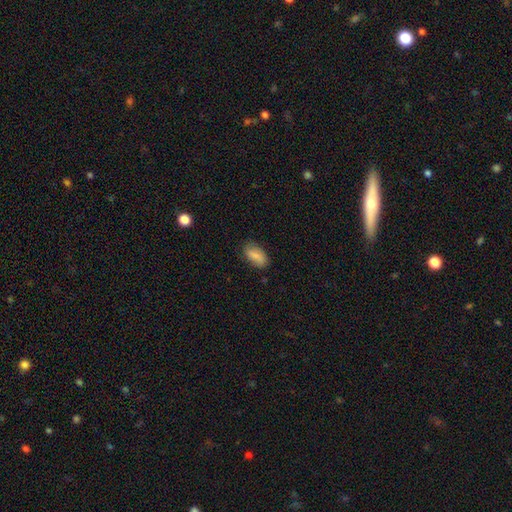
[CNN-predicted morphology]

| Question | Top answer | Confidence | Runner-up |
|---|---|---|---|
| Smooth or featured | smooth | 80% | featured or disk (13%) |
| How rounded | in between | 91% | cigar-shaped (5%) |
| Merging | none | 79% | minor disturbance (16%) |